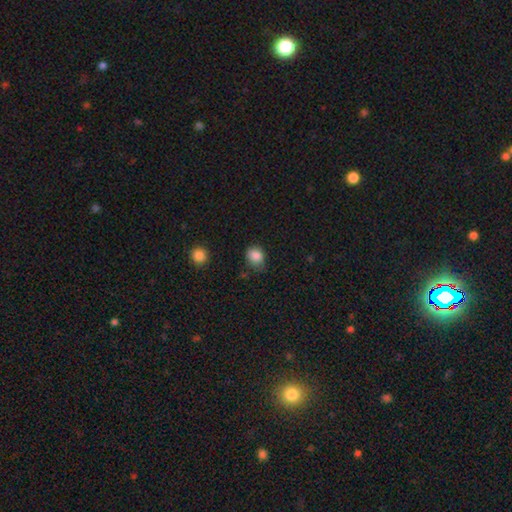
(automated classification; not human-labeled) Morphology: type=smooth (86%); roundness=round (55%); merging=none (62%).